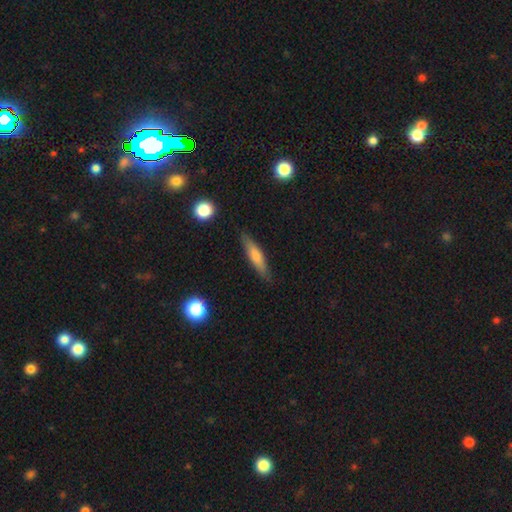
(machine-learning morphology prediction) Smooth or featured? Predicted: smooth (p=0.67). How rounded? Predicted: cigar-shaped (p=0.77). Merging? Predicted: none (p=0.84).